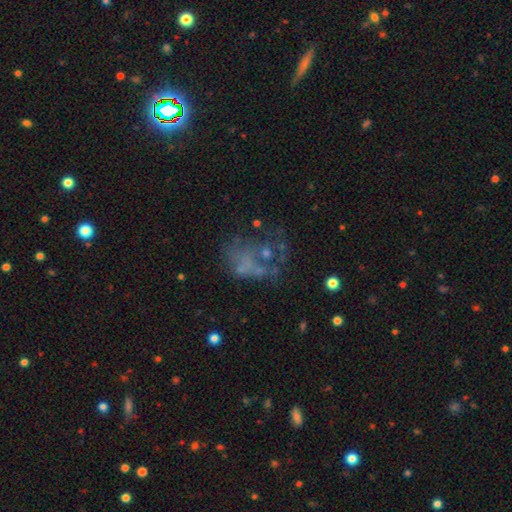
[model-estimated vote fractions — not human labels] A featured or disk galaxy (45%). Merging: none (36%, tied with major disturbance).